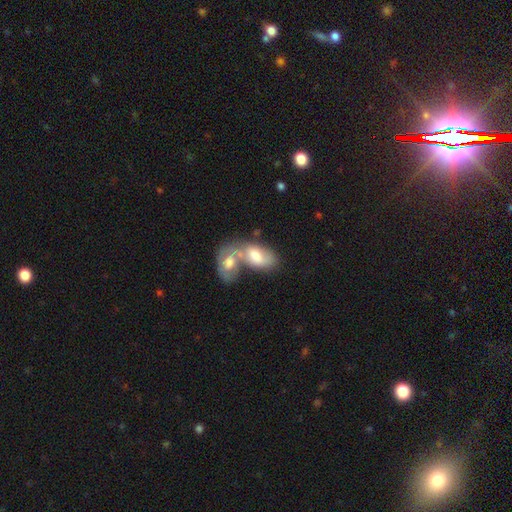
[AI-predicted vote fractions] Overall: smooth (60%; featured or disk 34%). How rounded: in between (92%). Merging: merger (71%).